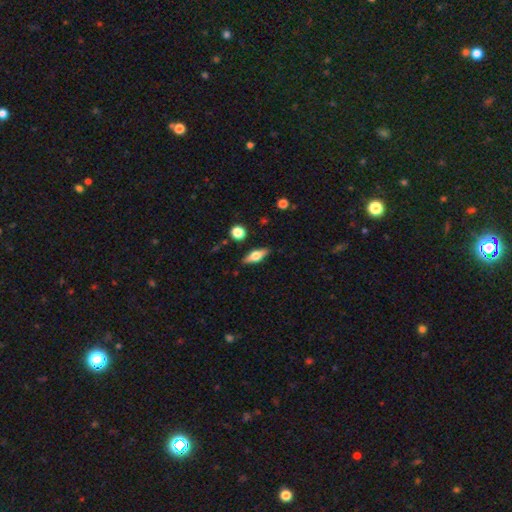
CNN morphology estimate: The model was most divided on "smooth or featured": featured or disk: 55%, smooth: 38%, star or artifact: 7%. More confident: edge-on disk — yes (93%); edge-on bulge — rounded (92%); merging — none (86%).